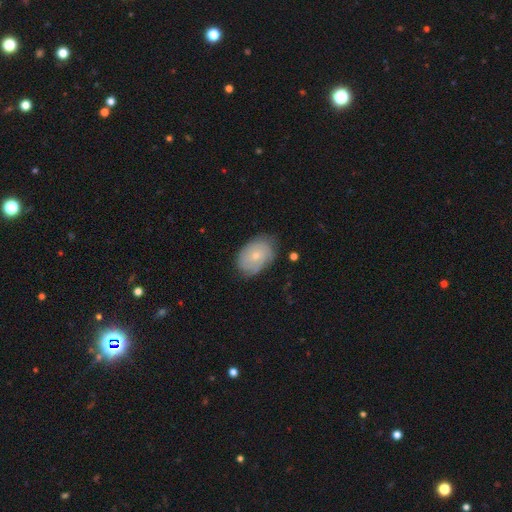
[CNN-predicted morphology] Smooth or featured? Predicted: featured or disk (p=0.52). Edge-on disk? Predicted: no (p=0.95). Merging? Predicted: none (p=0.72).